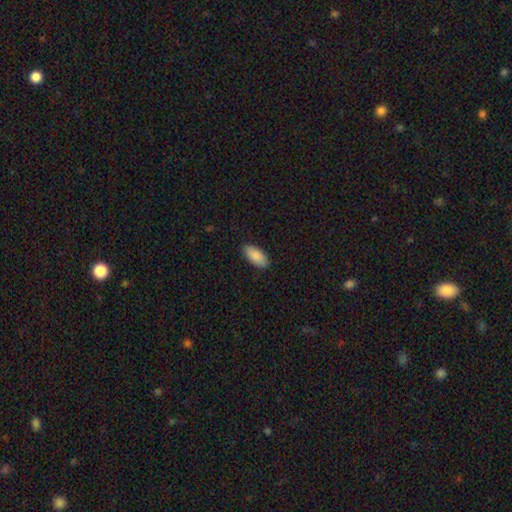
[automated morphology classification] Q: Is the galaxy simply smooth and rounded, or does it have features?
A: smooth — 88%.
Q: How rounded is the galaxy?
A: in between — 92%.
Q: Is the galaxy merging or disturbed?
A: none — 88%.